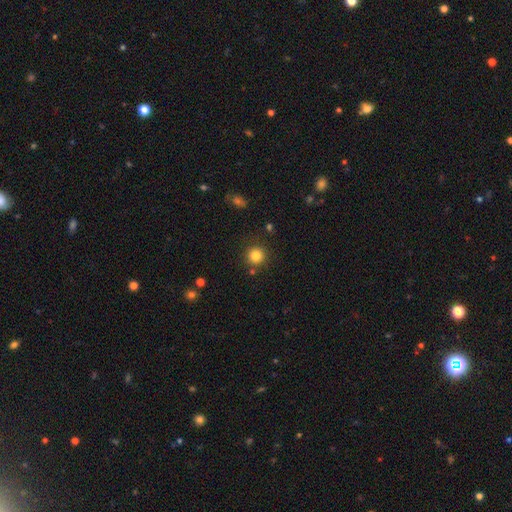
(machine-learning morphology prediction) The model was most divided on "smooth or featured": smooth: 82%, star or artifact: 12%, featured or disk: 6%. More confident: how rounded — round (94%); merging — none (86%).